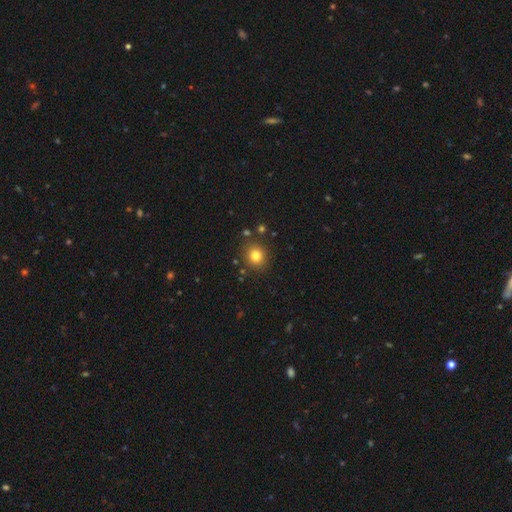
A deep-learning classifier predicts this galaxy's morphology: The model was most divided on "smooth or featured": smooth: 79%, star or artifact: 13%, featured or disk: 7%. More confident: how rounded — round (86%); merging — none (86%).